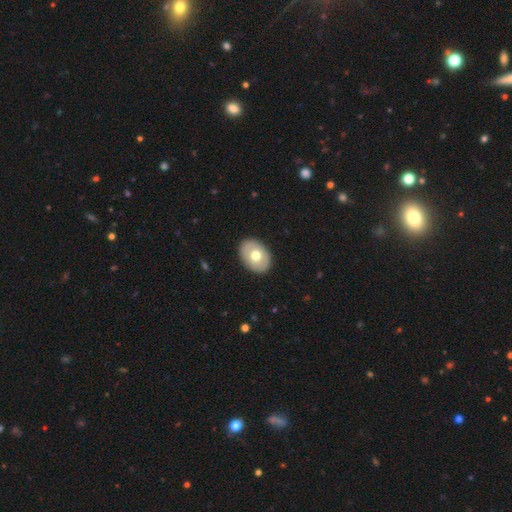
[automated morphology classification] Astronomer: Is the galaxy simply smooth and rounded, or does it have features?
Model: smooth — 62%.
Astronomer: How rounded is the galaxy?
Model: in between — 73%.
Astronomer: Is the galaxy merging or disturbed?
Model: none — 89%.